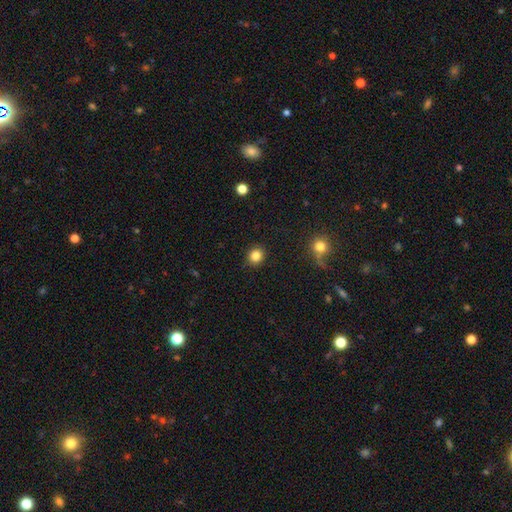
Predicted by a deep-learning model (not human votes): Smooth or featured?
  - smooth: 85% *
  - star or artifact: 11%
  - featured or disk: 5%
How rounded?
  - round: 87% *
  - in between: 13%
  - cigar-shaped: 1%
Merging?
  - none: 91% *
  - minor disturbance: 6%
  - major disturbance: 2%
  - merger: 1%